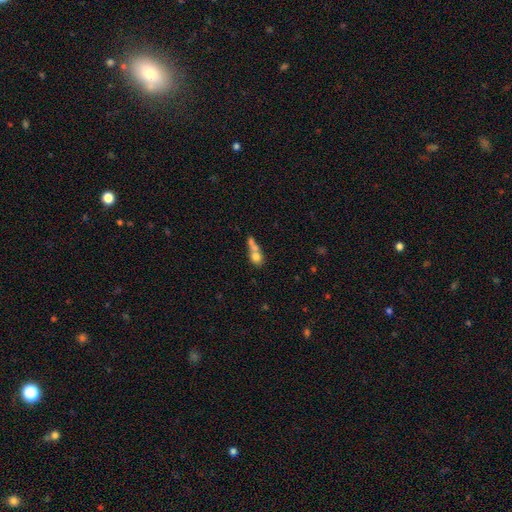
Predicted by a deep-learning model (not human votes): This is likely a smooth galaxy (67%). How rounded: possibly round (55%). Merging: likely merger (62%).